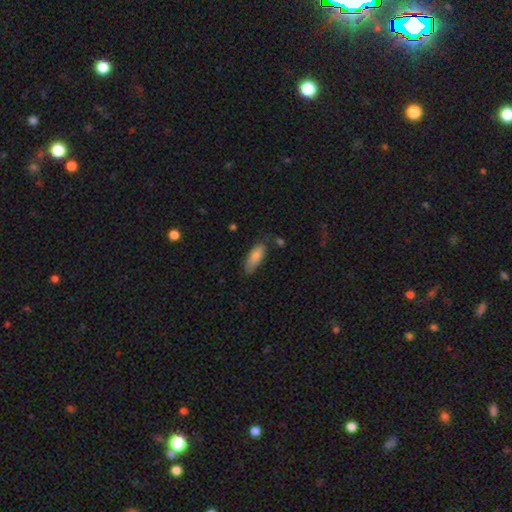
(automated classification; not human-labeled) smooth_or_featured: smooth (p=0.80) [alt: featured or disk p=0.13]
how_rounded: in between (p=0.64) [alt: cigar-shaped p=0.34]
merging: none (p=0.72) [alt: minor disturbance p=0.21]